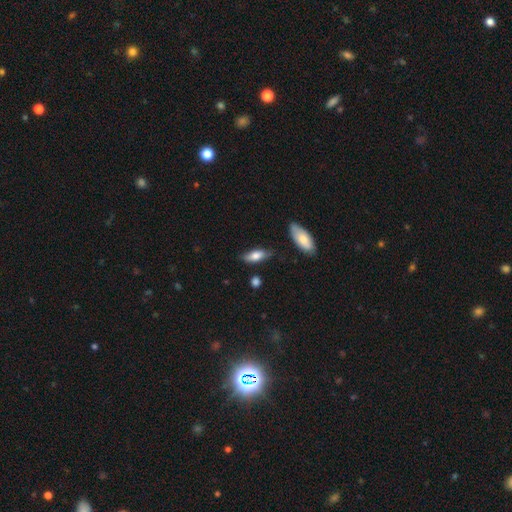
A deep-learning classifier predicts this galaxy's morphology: Smooth or featured? smooth (72%)
How rounded? in between (73%)
Merging? none (73%)